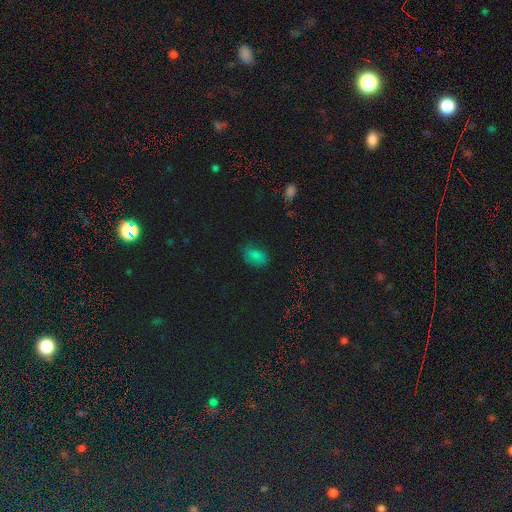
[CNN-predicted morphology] type=smooth (66%); roundness=in between (81%); merging=none (66%).